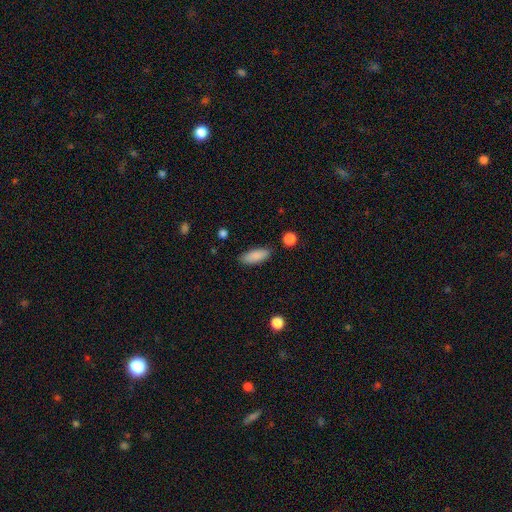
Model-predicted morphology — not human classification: type=smooth (87%); roundness=in between (74%); merging=none (85%).